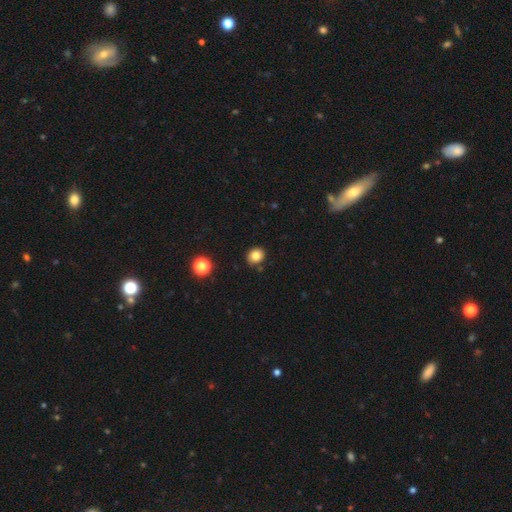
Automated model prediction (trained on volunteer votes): A smooth galaxy with no disk features (82%) that is round (71%). Merging: none (87%).